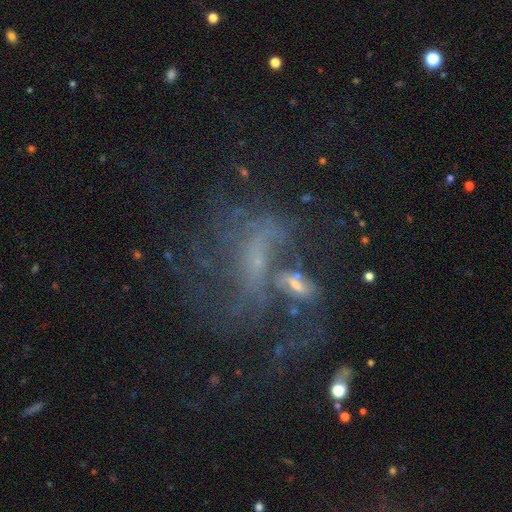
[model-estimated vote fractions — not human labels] Morphology: type=featured or disk (67%); edge-on=no (96%); bar=no (49%); spiral arms=yes (65%); bulge=small (50%); merging=major disturbance (32%, tied with none).